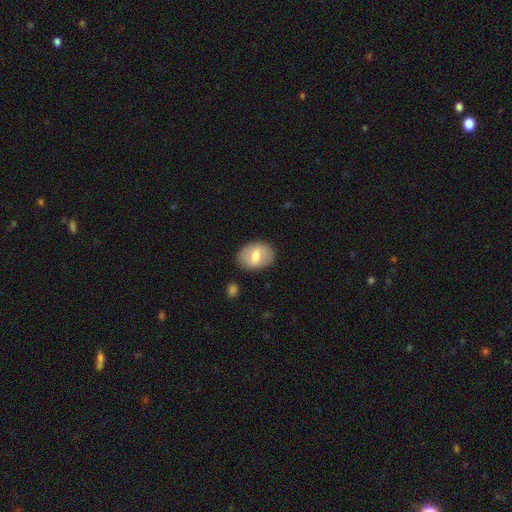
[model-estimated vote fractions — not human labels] Overall: smooth (64%; featured or disk 30%). How rounded: in between (74%). Merging: none (84%).